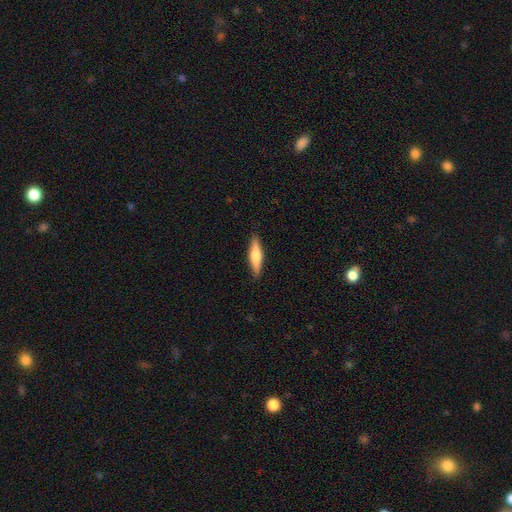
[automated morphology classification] A smooth galaxy with no disk features (56%) that is cigar-shaped (71%).

Vote fractions:
- Smooth or featured? smooth: 56% / featured or disk: 38% / star or artifact: 6%
- How rounded? cigar-shaped: 71% / in between: 27% / round: 2%
- Merging? none: 89% / minor disturbance: 8% / major disturbance: 2% / merger: 1%